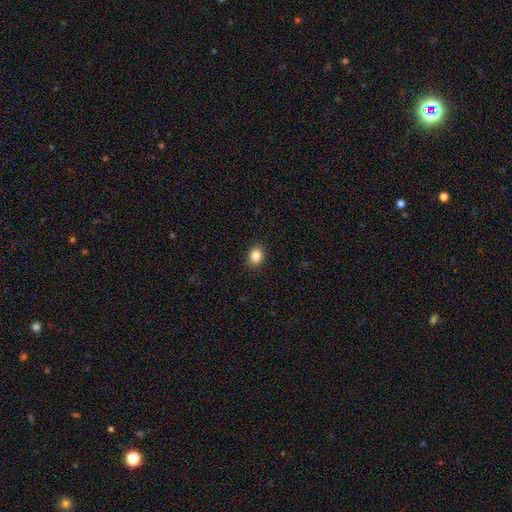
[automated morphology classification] smooth_or_featured: smooth (p=0.85) [alt: star or artifact p=0.10]
how_rounded: in between (p=0.55) [alt: round p=0.44]
merging: none (p=0.90) [alt: minor disturbance p=0.07]